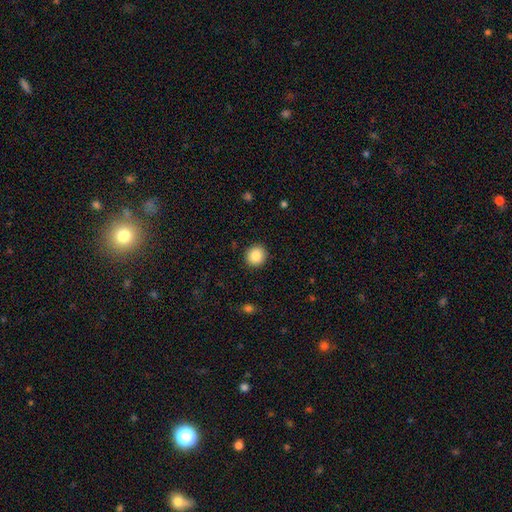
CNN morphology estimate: smooth_or_featured: smooth (p=0.87) [alt: star or artifact p=0.09]
how_rounded: round (p=0.89) [alt: in between p=0.10]
merging: none (p=0.92) [alt: minor disturbance p=0.06]